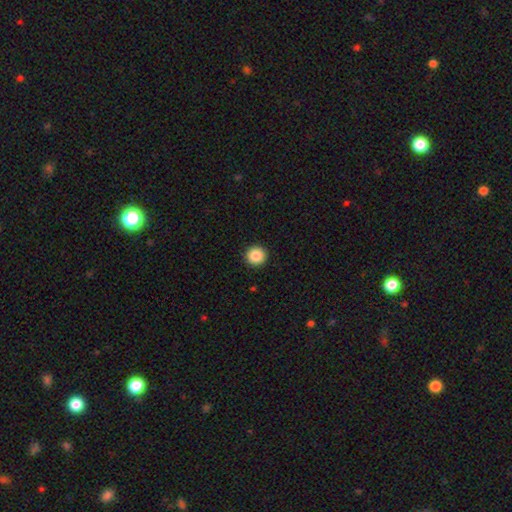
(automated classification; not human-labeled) This appears to be a smooth galaxy with no disk features (87%) that is round (95%). Merging: none (93%).